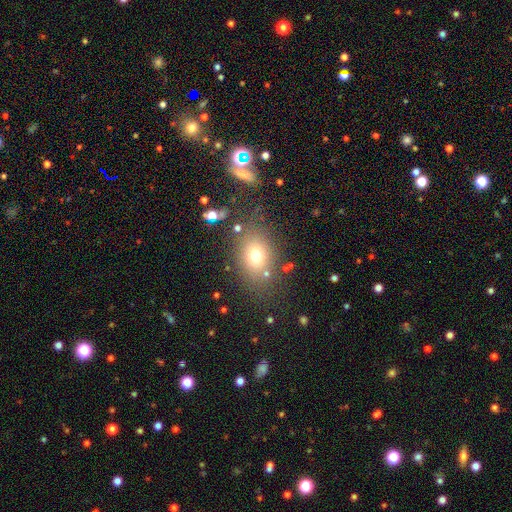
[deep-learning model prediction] This appears to be a smooth galaxy with no disk features (71%) that is in between round and cigar-shaped (60%). Merging: none (75%).